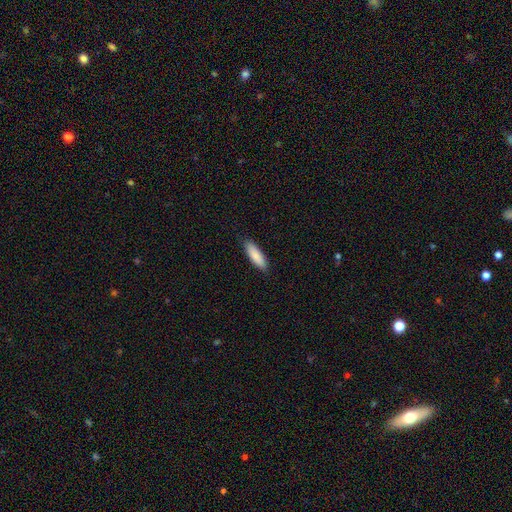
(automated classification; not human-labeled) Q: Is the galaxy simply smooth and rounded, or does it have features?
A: smooth — 85%.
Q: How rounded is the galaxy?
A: in between — 50%.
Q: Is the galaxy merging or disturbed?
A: none — 86%.